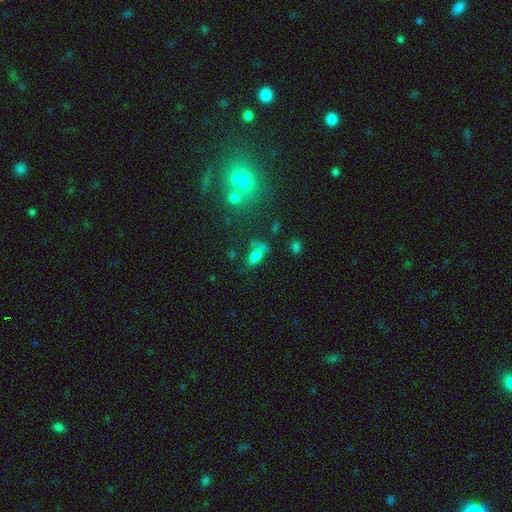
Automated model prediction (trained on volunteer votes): The model was most divided on "merging": none: 46%, minor disturbance: 24%, merger: 16%, major disturbance: 15%. More confident: how rounded — in between (82%); smooth or featured — smooth (72%).